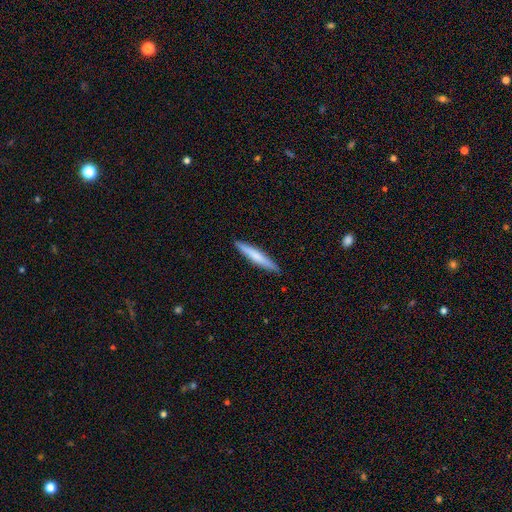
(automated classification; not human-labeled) This is likely a smooth galaxy (65%). How rounded: clearly cigar-shaped (94%). Merging: clearly none (91%).